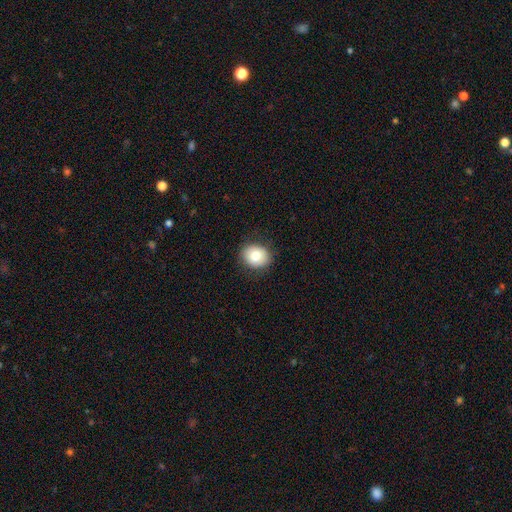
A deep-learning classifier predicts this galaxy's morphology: Smooth or featured? Predicted: smooth (p=0.79). How rounded? Predicted: round (p=0.60). Merging? Predicted: none (p=0.87).